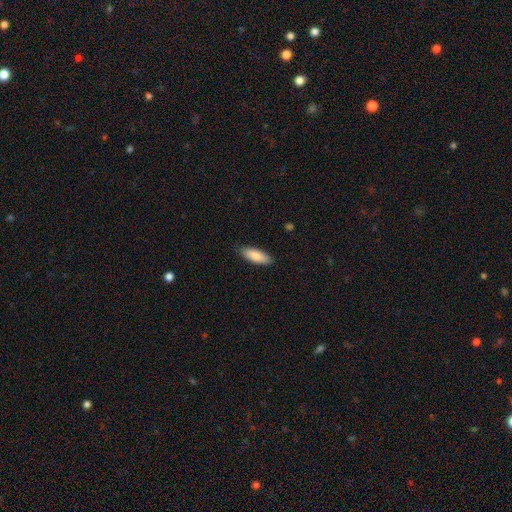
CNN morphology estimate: type=smooth (86%); roundness=in between (70%); merging=none (86%).